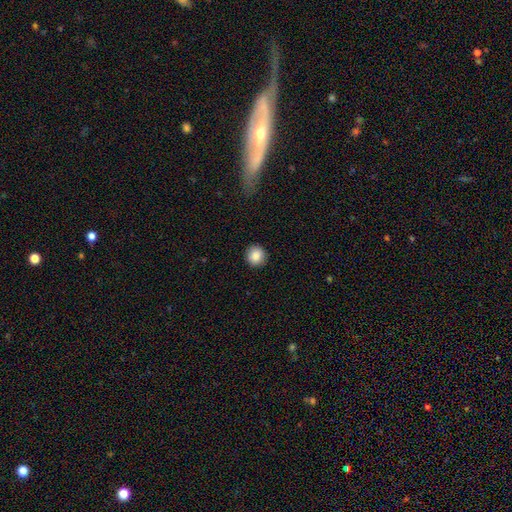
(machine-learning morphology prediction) Overall: smooth (86%). How rounded: round (92%). Merging: none (92%).